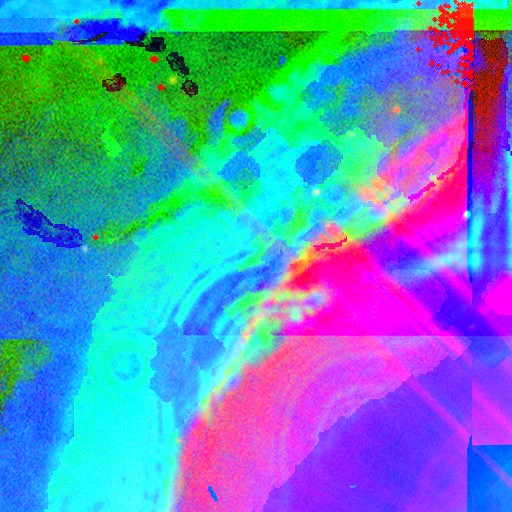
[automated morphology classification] star or artifact 87%, featured or disk 8%, smooth 5%.